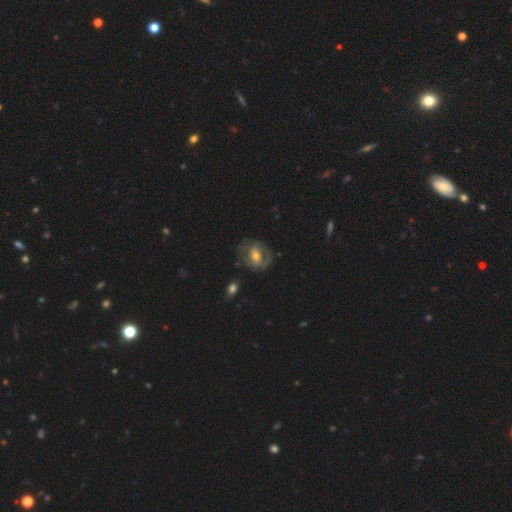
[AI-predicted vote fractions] Smooth or featured? Predicted: featured or disk (p=0.61). Edge-on disk? Predicted: no (p=0.96). Bar? Predicted: no (p=0.41). Spiral arms? Predicted: yes (p=0.57). Bulge size? Predicted: moderate (p=0.57). Merging? Predicted: none (p=0.61).